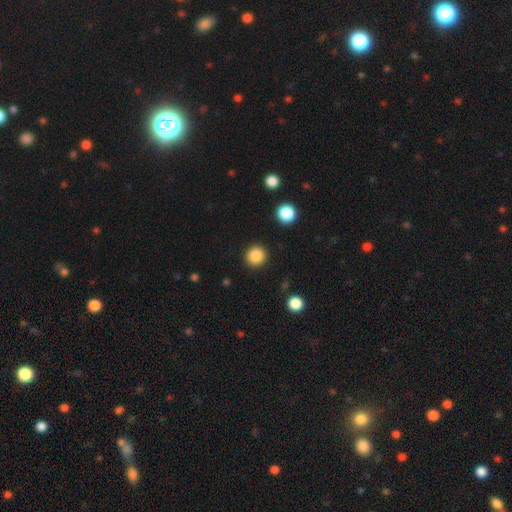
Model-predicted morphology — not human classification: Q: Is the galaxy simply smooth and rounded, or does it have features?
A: smooth — 86%.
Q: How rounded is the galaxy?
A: round — 95%.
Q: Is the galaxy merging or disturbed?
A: none — 91%.